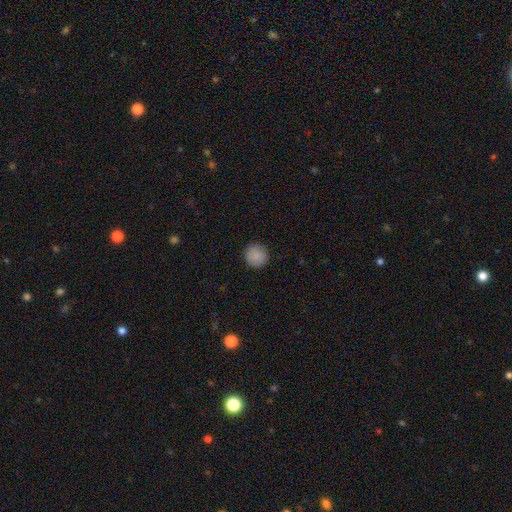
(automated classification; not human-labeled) smooth 88%, star or artifact 8%, featured or disk 4%. Down the decision tree: how rounded — round (95%); merging — none (91%).